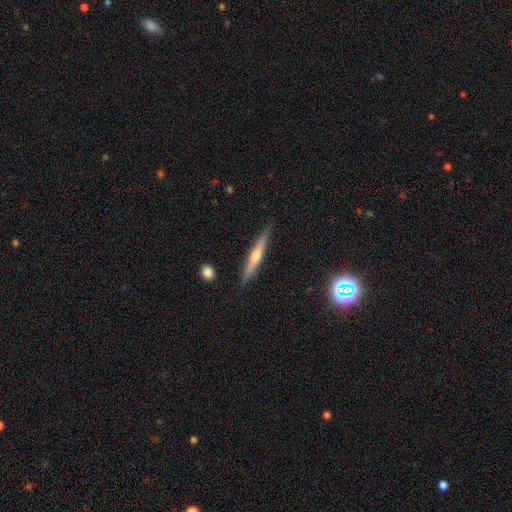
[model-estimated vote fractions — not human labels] A featured or disk galaxy (60%) viewed edge-on (97%) with a rounded central bulge (75%). Merging: none (89%).